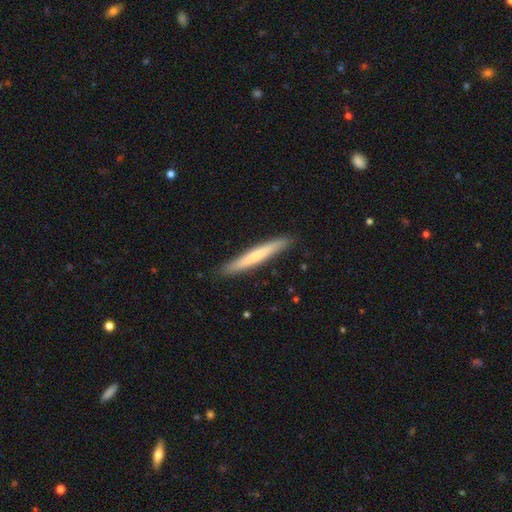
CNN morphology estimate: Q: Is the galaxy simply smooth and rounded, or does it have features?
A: smooth — 65%.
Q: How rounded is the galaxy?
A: cigar-shaped — 96%.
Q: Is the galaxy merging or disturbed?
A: none — 90%.